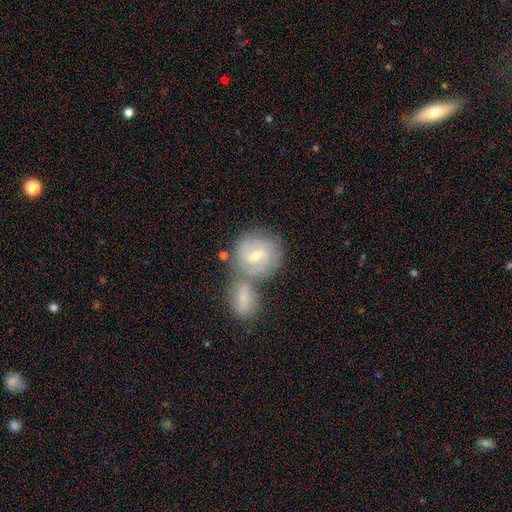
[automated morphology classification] Q: Smooth or featured?
A: featured or disk (65%); runner-up: smooth (28%)
Q: Edge-on disk?
A: no (96%); runner-up: yes (4%)
Q: Bar?
A: weak (55%); runner-up: no (24%)
Q: Spiral arms?
A: yes (83%); runner-up: no (17%)
Q: Spiral winding?
A: tight (58%); runner-up: medium (33%)
Q: Spiral arm count?
A: 2 (50%); runner-up: can't tell (32%)
Q: Bulge size?
A: moderate (50%); runner-up: small (46%)
Q: Merging?
A: merger (48%); runner-up: none (37%)